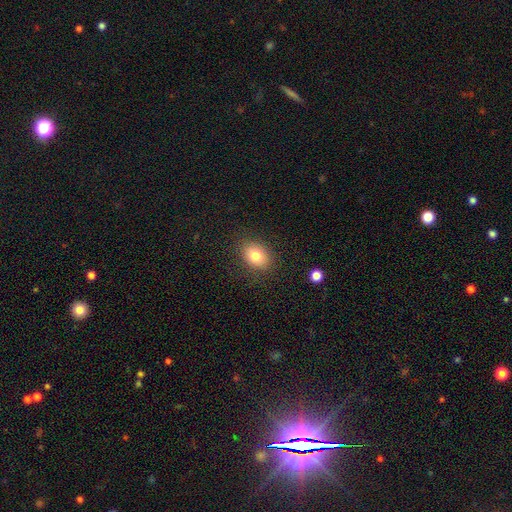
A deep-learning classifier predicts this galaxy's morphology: smooth_or_featured: smooth (p=0.80) [alt: featured or disk p=0.10]
how_rounded: in between (p=0.66) [alt: round p=0.33]
merging: none (p=0.85) [alt: minor disturbance p=0.10]